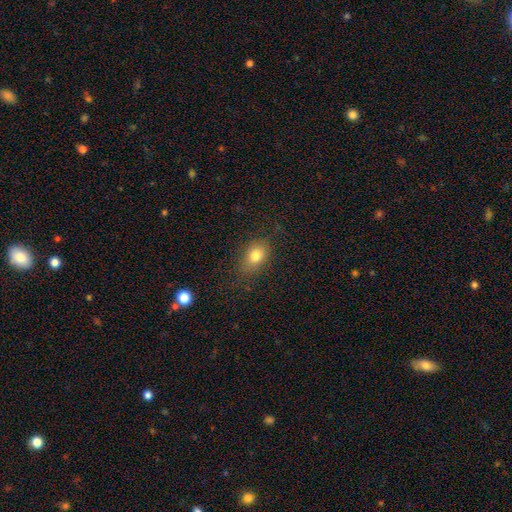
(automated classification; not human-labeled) Smooth or featured: smooth — 78% (star or artifact — 11%)
How rounded: in between — 69% (round — 29%)
Merging: none — 78% (minor disturbance — 15%)